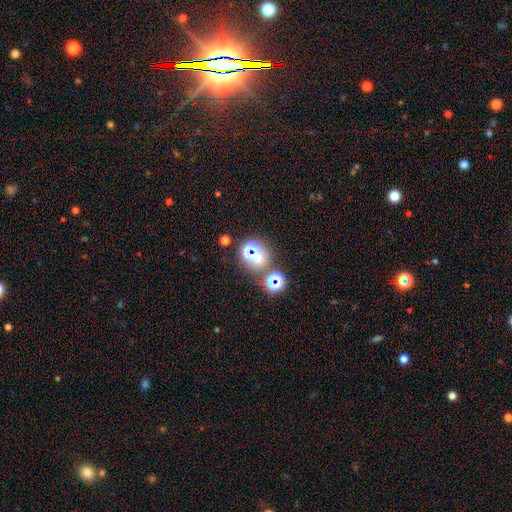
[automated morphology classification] star or artifact 46%, smooth 42%, featured or disk 12%.